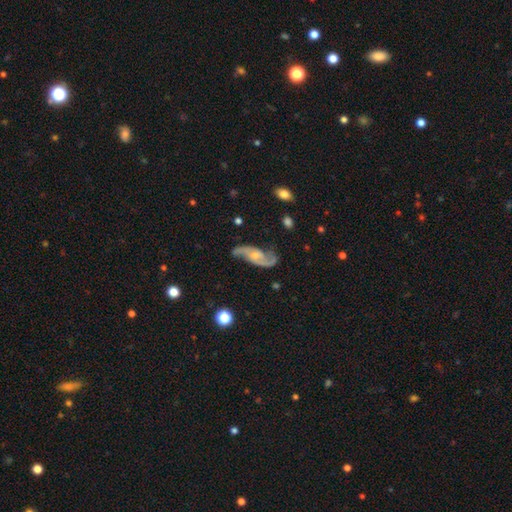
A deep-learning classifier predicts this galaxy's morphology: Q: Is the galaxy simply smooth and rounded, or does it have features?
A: featured or disk — 88%.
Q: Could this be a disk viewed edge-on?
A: no — 95%.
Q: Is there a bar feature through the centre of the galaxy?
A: no — 60%.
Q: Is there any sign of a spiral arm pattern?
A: yes — 97%.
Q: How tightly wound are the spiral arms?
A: loose — 47%.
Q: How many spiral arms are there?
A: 2 — 91%.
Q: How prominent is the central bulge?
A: small — 55%.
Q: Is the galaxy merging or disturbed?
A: none — 71%.